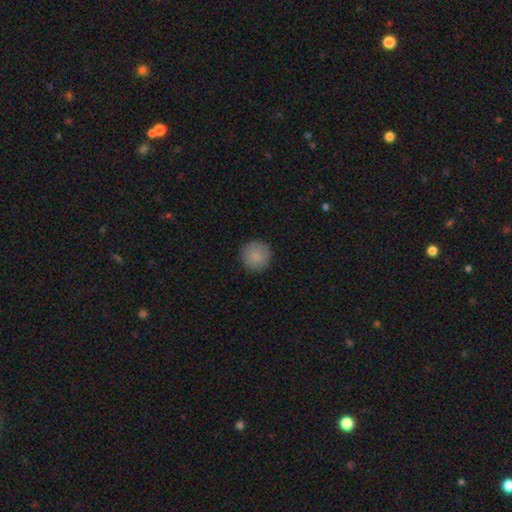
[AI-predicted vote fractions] Overall: smooth (87%). How rounded: round (95%). Merging: none (90%).